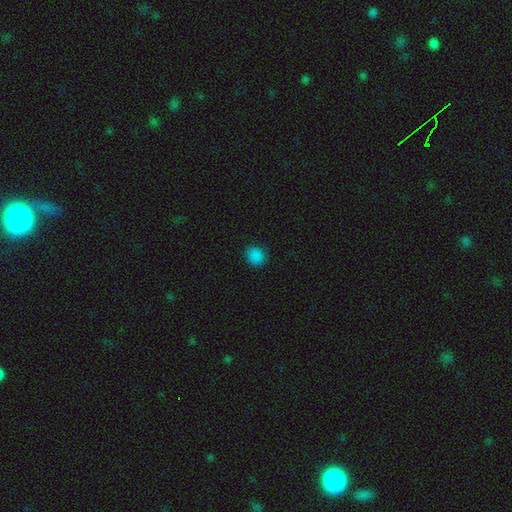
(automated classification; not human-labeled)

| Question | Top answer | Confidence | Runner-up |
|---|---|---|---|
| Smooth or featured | smooth | 85% | star or artifact (13%) |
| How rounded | round | 78% | in between (21%) |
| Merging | none | 88% | minor disturbance (9%) |